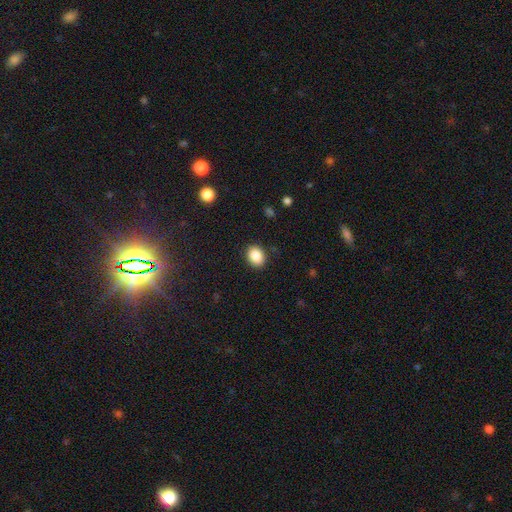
Smooth or featured: smooth — 85% (star or artifact — 10%)
How rounded: in between — 74% (round — 26%)
Merging: none — 97% (minor disturbance — 3%)